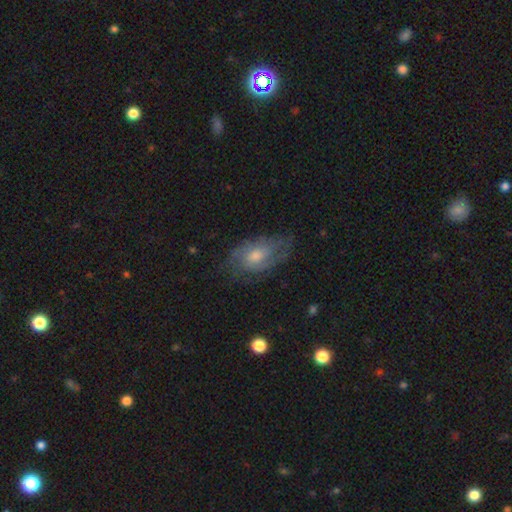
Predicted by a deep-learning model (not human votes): Q: Smooth or featured?
A: featured or disk (65%); runner-up: smooth (27%)
Q: Edge-on disk?
A: no (94%); runner-up: yes (6%)
Q: Bar?
A: no (67%); runner-up: weak (29%)
Q: Spiral arms?
A: yes (85%); runner-up: no (15%)
Q: Spiral winding?
A: tight (45%); runner-up: medium (41%)
Q: Spiral arm count?
A: 2 (40%); runner-up: can't tell (37%)
Q: Bulge size?
A: moderate (57%); runner-up: small (28%)
Q: Merging?
A: none (67%); runner-up: minor disturbance (22%)